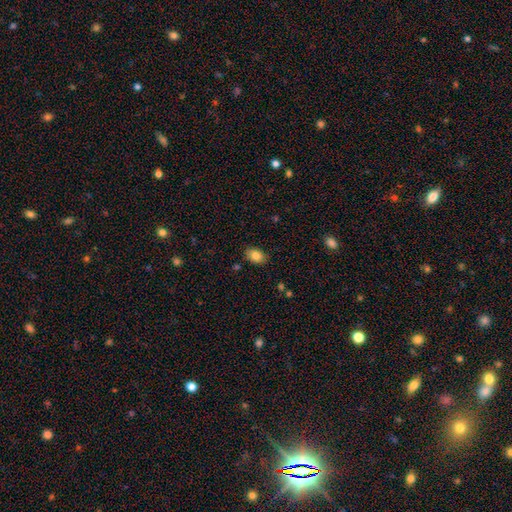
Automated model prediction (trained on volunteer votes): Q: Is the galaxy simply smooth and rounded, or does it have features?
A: smooth — 84%.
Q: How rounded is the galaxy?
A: in between — 84%.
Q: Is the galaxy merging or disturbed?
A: none — 85%.